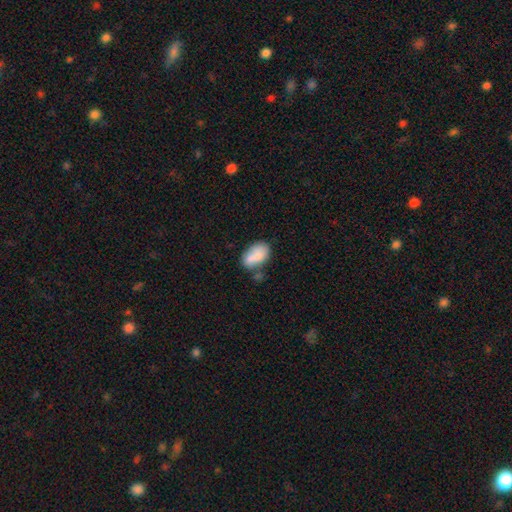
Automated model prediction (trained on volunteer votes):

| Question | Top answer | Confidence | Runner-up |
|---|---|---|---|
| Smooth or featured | smooth | 80% | featured or disk (13%) |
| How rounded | in between | 91% | round (7%) |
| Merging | none | 47% | minor disturbance (24%) |